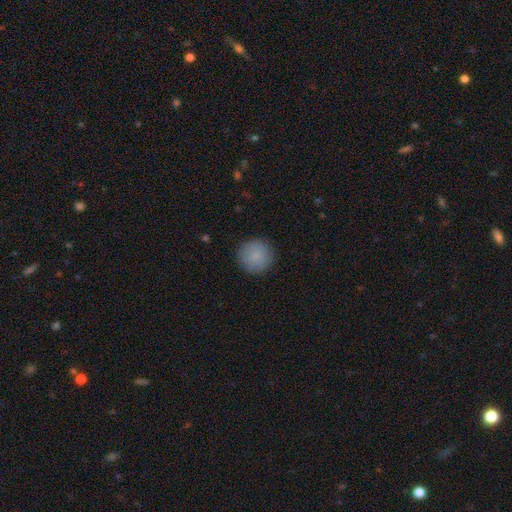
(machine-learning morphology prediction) This is clearly a smooth galaxy (87%). How rounded: clearly round (95%). Merging: clearly none (90%).